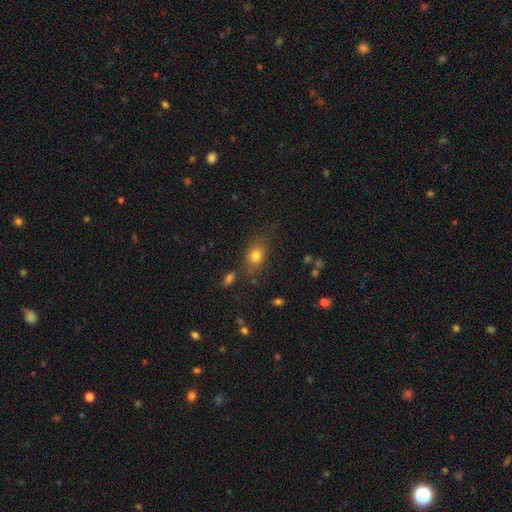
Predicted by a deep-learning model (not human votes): This is likely a smooth galaxy (79%). How rounded: likely in between (62%). Merging: likely none (73%).